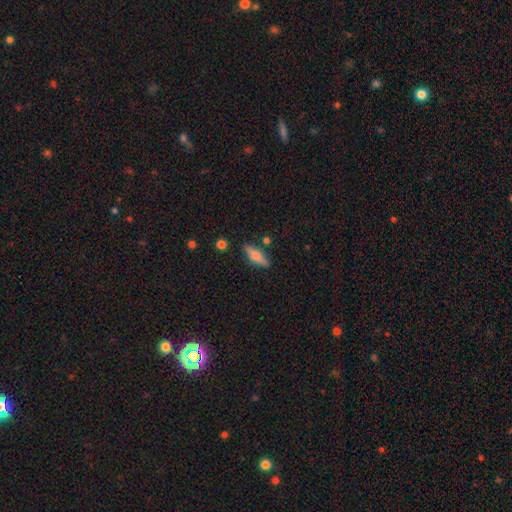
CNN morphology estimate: This appears to be a smooth galaxy with no disk features (60%) that is in between round and cigar-shaped (49%). Merging: none (83%).